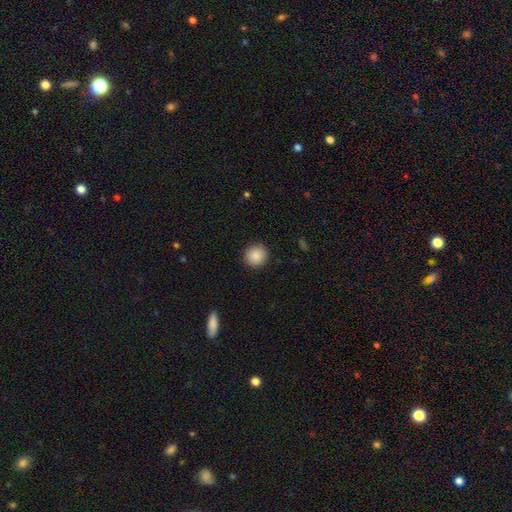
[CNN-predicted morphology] smooth_or_featured: smooth (p=0.87) [alt: star or artifact p=0.08]
how_rounded: round (p=0.92) [alt: in between p=0.07]
merging: none (p=0.91) [alt: minor disturbance p=0.06]